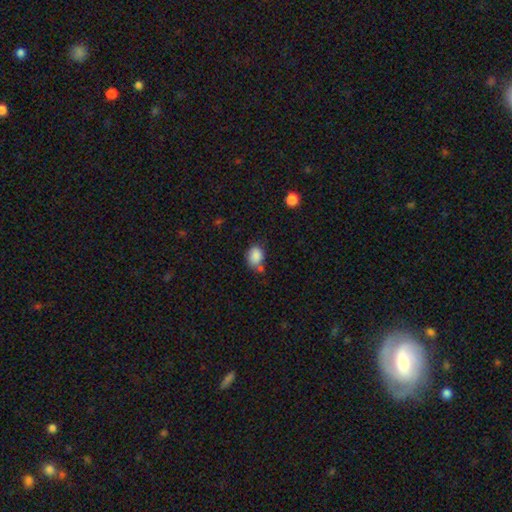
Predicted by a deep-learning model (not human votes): smooth-or-featured: smooth: 86% | star or artifact: 9% | featured or disk: 5%
  how-rounded: in between: 58% | round: 41% | cigar-shaped: 1%
  merging: none: 56% | minor disturbance: 21% | merger: 17% | major disturbance: 6%